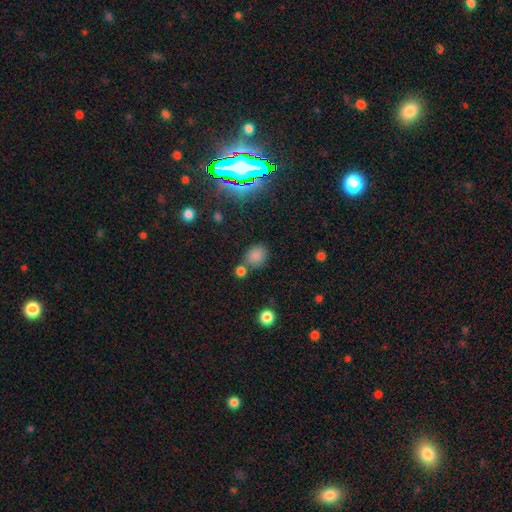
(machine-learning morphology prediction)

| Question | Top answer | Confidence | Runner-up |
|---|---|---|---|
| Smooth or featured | smooth | 78% | star or artifact (16%) |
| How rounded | round | 60% | in between (38%) |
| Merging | none | 67% | merger (17%) |